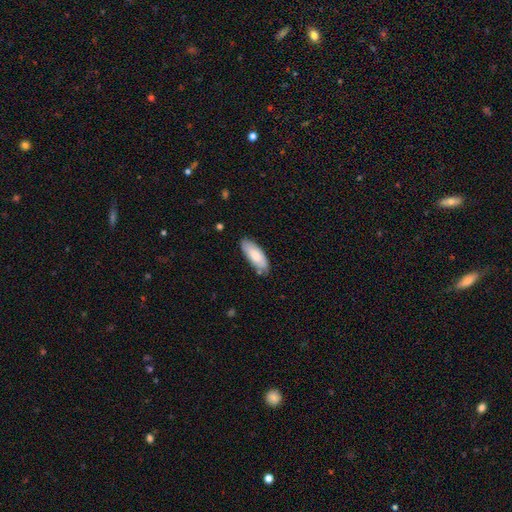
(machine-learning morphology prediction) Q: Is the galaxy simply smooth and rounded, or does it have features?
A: smooth — 80%.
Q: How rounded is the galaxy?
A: in between — 78%.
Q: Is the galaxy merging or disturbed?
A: none — 80%.